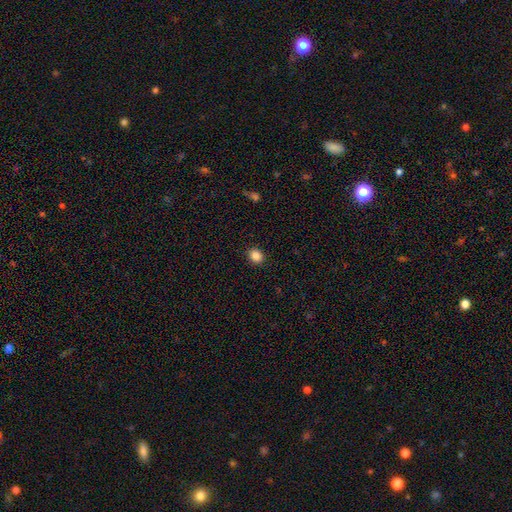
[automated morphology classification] Smooth or featured?
  - smooth: 87% *
  - star or artifact: 10%
  - featured or disk: 3%
How rounded?
  - round: 67% *
  - in between: 33%
  - cigar-shaped: 1%
Merging?
  - none: 91% *
  - minor disturbance: 6%
  - major disturbance: 2%
  - merger: 1%